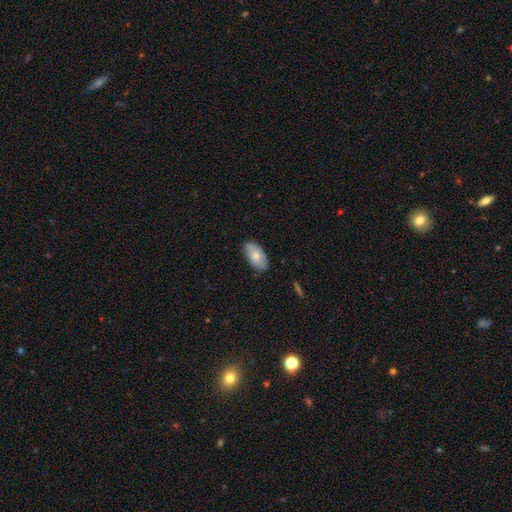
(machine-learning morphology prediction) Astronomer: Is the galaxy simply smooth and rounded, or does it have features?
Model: smooth — 69%.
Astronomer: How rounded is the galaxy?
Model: in between — 94%.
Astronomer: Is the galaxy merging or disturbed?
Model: none — 74%.